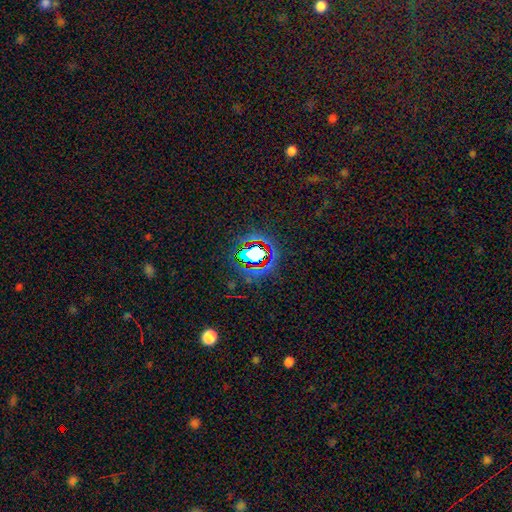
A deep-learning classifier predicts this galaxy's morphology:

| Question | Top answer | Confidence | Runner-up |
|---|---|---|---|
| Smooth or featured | star or artifact | 80% | smooth (12%) |